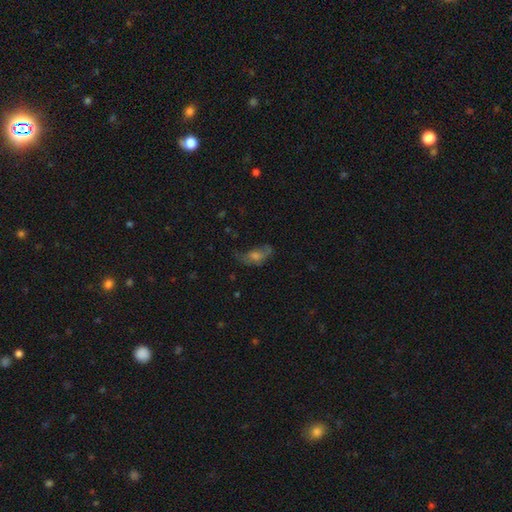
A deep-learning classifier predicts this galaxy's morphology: Q: Smooth or featured?
A: smooth (43%); runner-up: featured or disk (38%)
Q: Merging?
A: none (45%); runner-up: minor disturbance (27%)